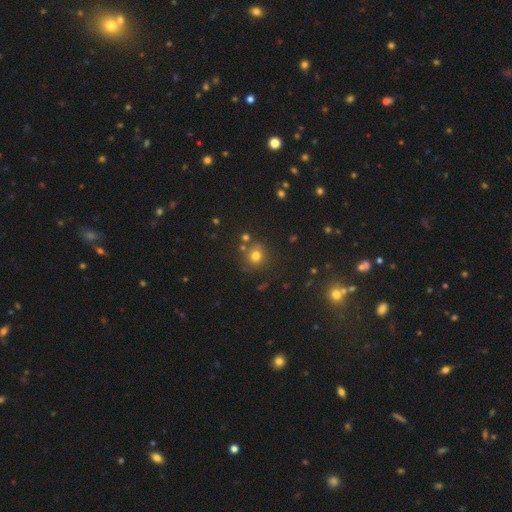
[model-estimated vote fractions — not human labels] Morphology: type=smooth (73%); roundness=round (88%); merging=none (75%).